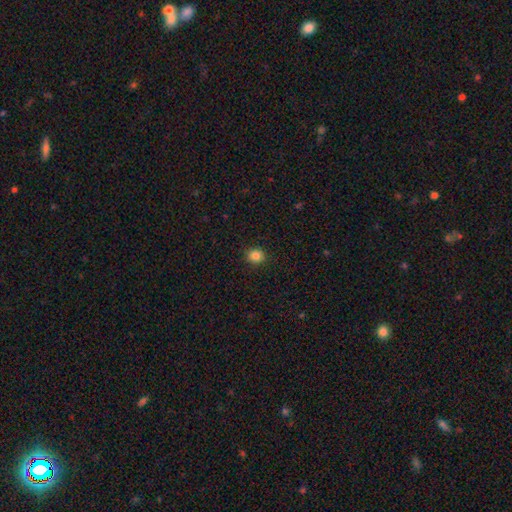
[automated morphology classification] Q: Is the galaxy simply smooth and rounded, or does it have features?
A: smooth — 84%.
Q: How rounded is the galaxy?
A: round — 79%.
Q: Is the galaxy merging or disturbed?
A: none — 91%.